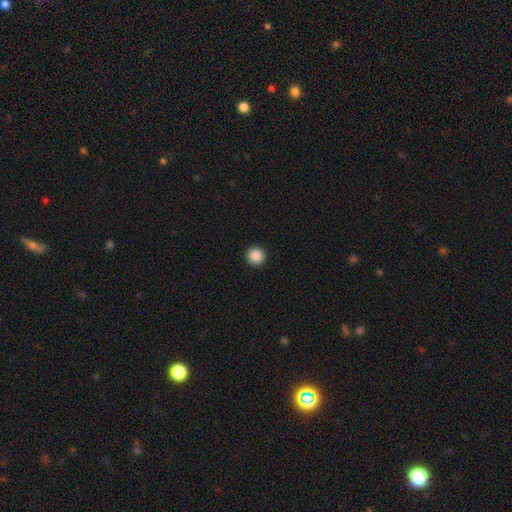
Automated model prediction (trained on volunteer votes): Q: Smooth or featured?
A: smooth (88%); runner-up: star or artifact (9%)
Q: How rounded?
A: round (96%); runner-up: in between (3%)
Q: Merging?
A: none (94%); runner-up: minor disturbance (4%)